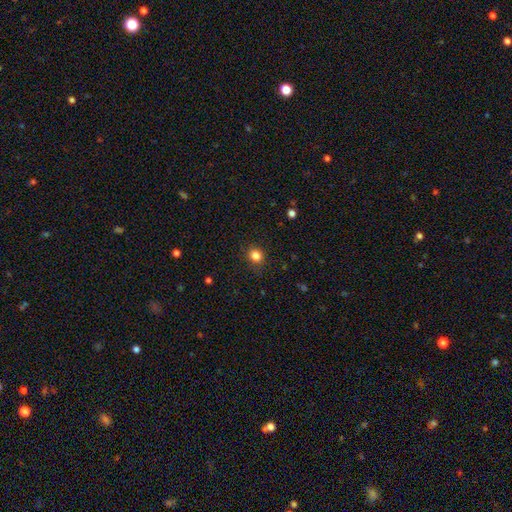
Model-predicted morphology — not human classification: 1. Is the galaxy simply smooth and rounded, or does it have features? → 84% smooth, 12% star or artifact, 4% featured or disk.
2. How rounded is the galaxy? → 76% round, 23% in between, 1% cigar-shaped.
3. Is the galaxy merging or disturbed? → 86% none, 10% minor disturbance, 3% major disturbance, 1% merger.